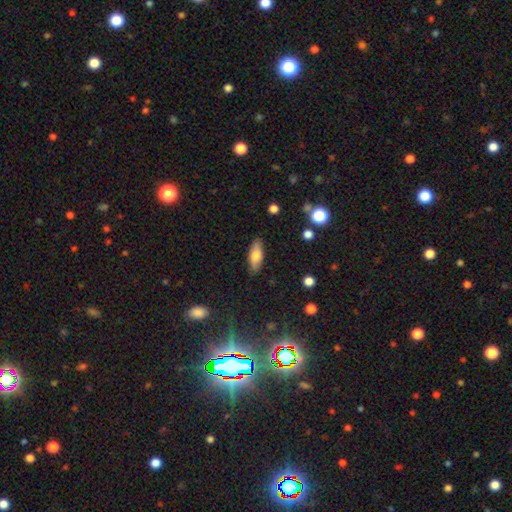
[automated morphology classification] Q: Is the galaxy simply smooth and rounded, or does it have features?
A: smooth — 76%.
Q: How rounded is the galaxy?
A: in between — 69%.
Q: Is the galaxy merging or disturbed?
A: none — 86%.